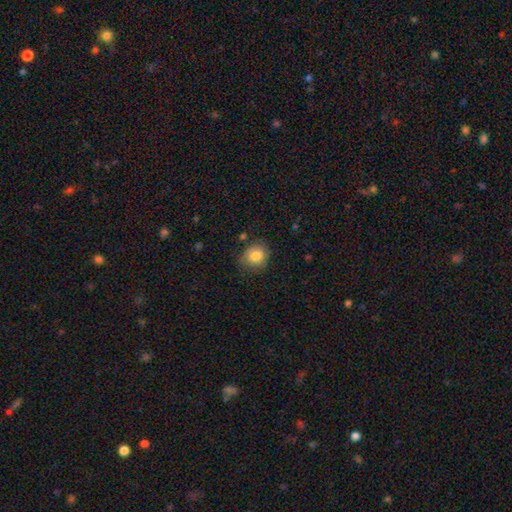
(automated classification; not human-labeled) Smooth or featured: smooth — 81% (featured or disk — 10%)
How rounded: round — 71% (in between — 29%)
Merging: none — 72% (minor disturbance — 21%)